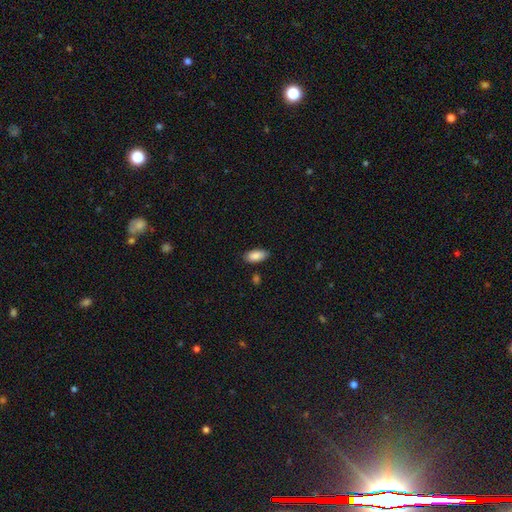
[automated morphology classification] smooth 88%, star or artifact 7%, featured or disk 5%. Down the decision tree: how rounded — in between (92%); merging — none (81%).